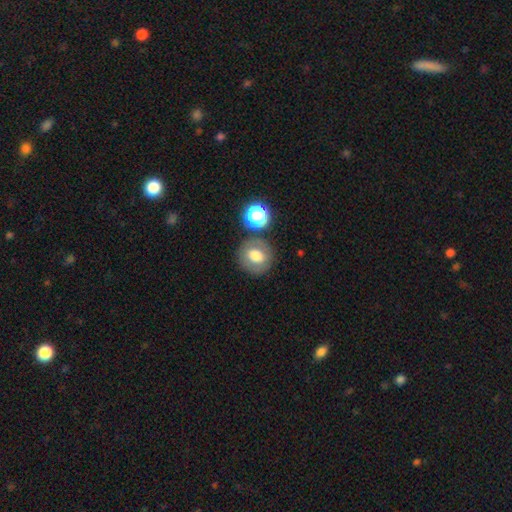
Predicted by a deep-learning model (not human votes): Overall: smooth (65%). How rounded: round (84%). Merging: none (78%).